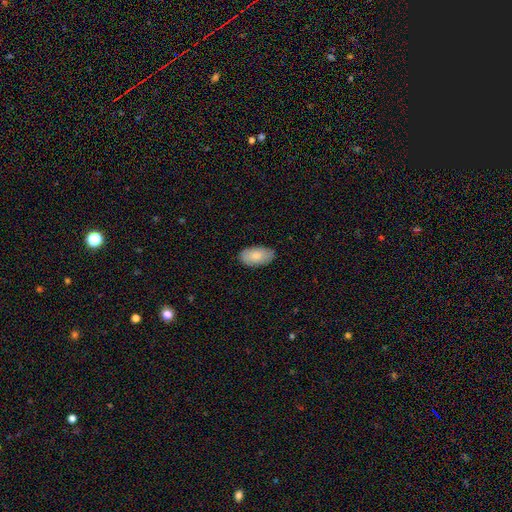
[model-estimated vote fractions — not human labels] smooth 80%, featured or disk 14%, star or artifact 6%. Down the decision tree: how rounded — in between (95%); merging — none (85%).